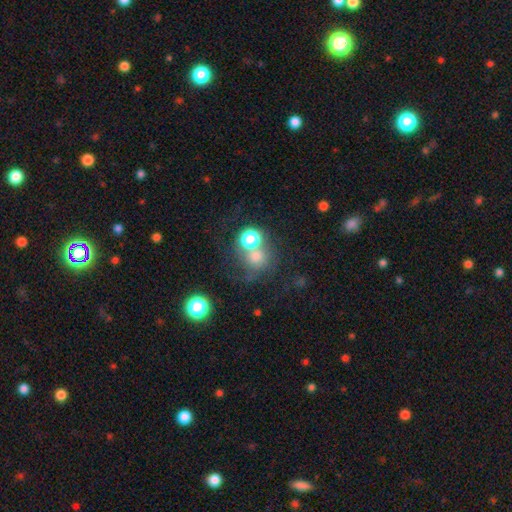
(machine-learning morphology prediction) smooth-or-featured: smooth: 64% | star or artifact: 20% | featured or disk: 16%
  how-rounded: round: 84% | in between: 15% | cigar-shaped: 1%
  merging: none: 45% | merger: 34% | minor disturbance: 11% | major disturbance: 9%